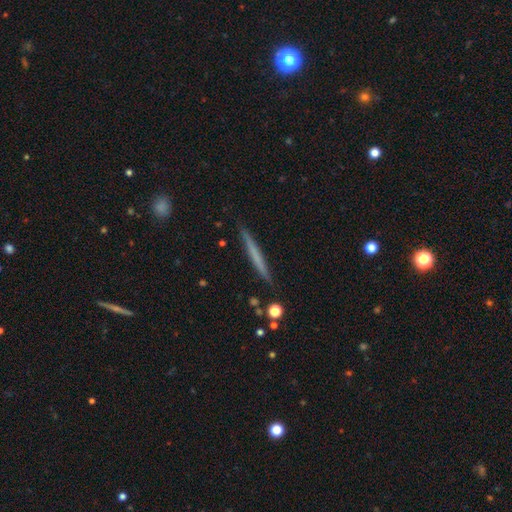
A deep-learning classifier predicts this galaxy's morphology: This is possibly a smooth galaxy (53%). How rounded: clearly cigar-shaped (97%). Merging: clearly none (90%).